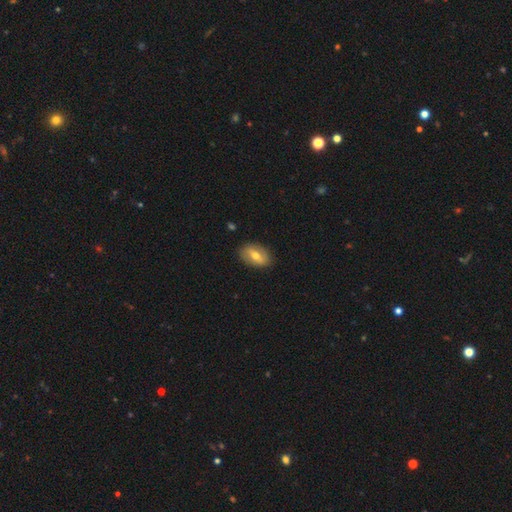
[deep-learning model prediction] smooth 47%, featured or disk 46%, star or artifact 6%. Down the decision tree: merging — none (85%).